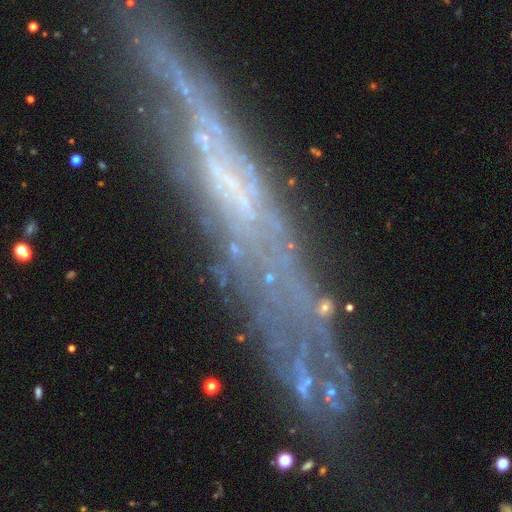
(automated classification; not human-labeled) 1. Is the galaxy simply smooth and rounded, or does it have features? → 63% featured or disk, 19% star or artifact, 19% smooth.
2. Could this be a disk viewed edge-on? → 50% yes (tied), 50% no (tied).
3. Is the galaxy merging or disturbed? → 62% none, 20% minor disturbance, 13% major disturbance, 5% merger.